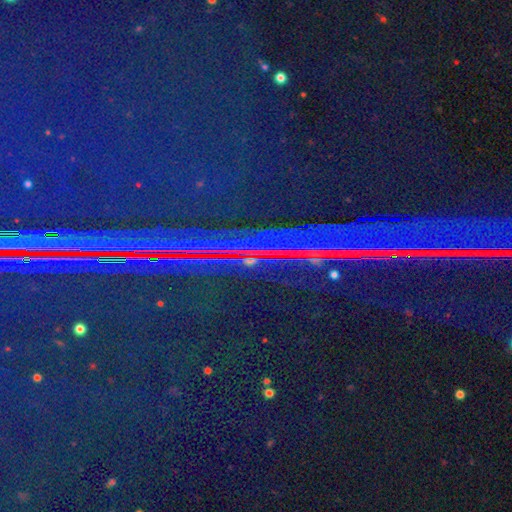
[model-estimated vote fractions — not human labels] Smooth or featured? star or artifact (88%)